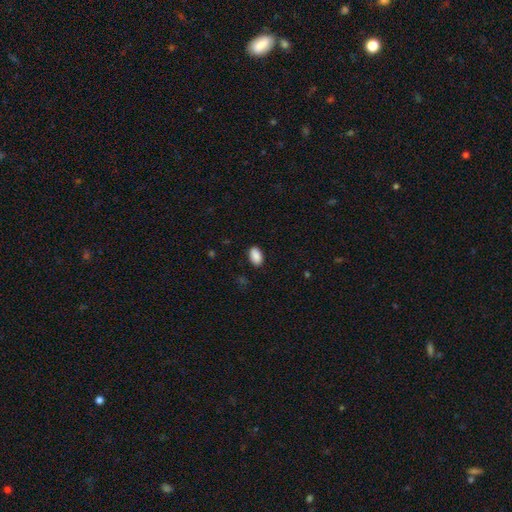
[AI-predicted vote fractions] smooth_or_featured: smooth (p=0.90) [alt: star or artifact p=0.07]
how_rounded: in between (p=0.93) [alt: round p=0.06]
merging: none (p=0.88) [alt: minor disturbance p=0.09]